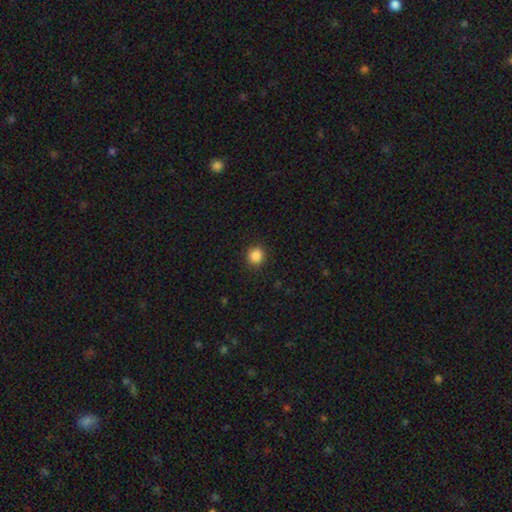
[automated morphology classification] This is clearly a smooth galaxy (87%). How rounded: clearly round (88%). Merging: clearly none (90%).